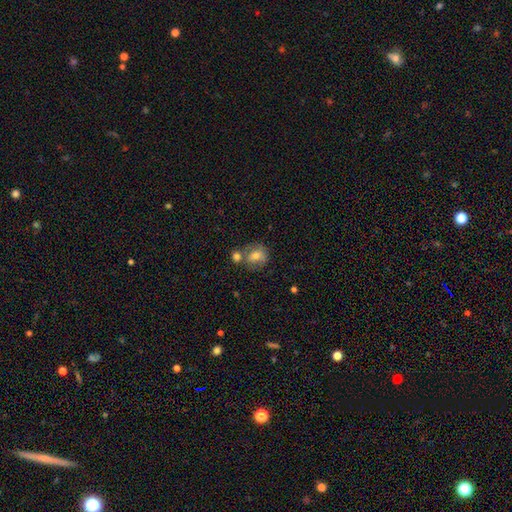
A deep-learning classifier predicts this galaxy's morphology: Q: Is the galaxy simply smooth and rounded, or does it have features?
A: smooth — 59%.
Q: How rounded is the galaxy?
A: round — 68%.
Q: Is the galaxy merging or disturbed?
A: none — 51%.